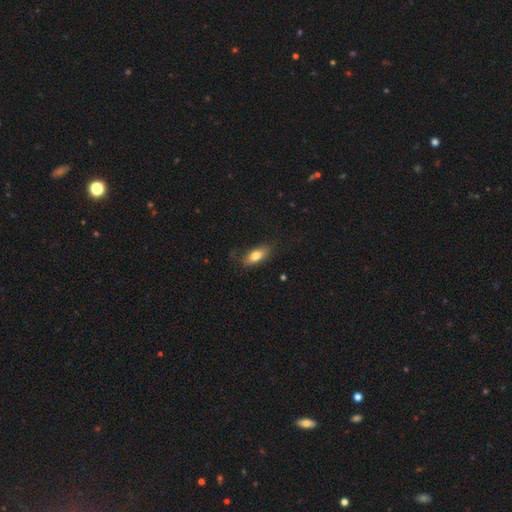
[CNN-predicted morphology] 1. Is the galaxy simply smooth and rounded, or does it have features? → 76% smooth, 16% featured or disk, 7% star or artifact.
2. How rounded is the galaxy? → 79% in between, 17% cigar-shaped, 4% round.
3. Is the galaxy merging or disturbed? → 70% none, 22% minor disturbance, 7% major disturbance, 1% merger.